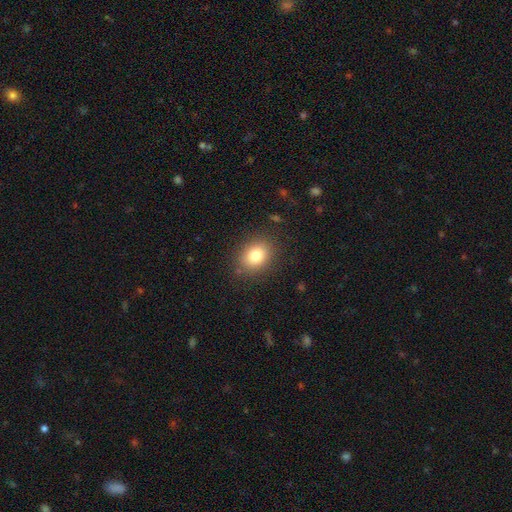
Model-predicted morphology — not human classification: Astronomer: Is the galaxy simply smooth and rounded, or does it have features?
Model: smooth — 82%.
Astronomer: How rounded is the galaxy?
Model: in between — 51% (runner-up: round, 48%).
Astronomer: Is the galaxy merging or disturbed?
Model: none — 85%.